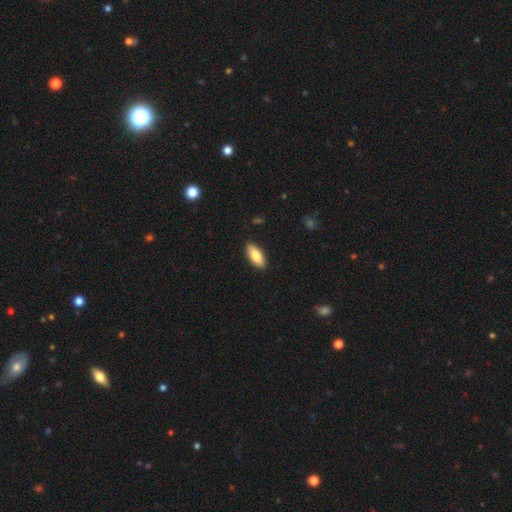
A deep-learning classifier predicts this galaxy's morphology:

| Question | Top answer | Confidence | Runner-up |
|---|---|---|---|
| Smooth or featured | smooth | 81% | featured or disk (13%) |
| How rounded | in between | 82% | cigar-shaped (16%) |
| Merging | none | 89% | minor disturbance (8%) |